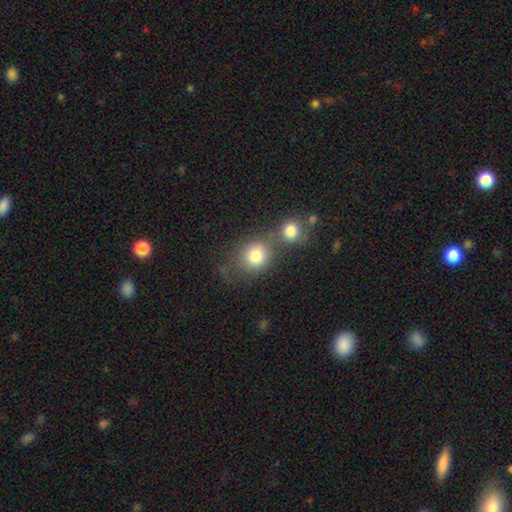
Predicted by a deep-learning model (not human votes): smooth 79%, star or artifact 11%, featured or disk 10%. Down the decision tree: how rounded — round (73%); merging — merger (46%).